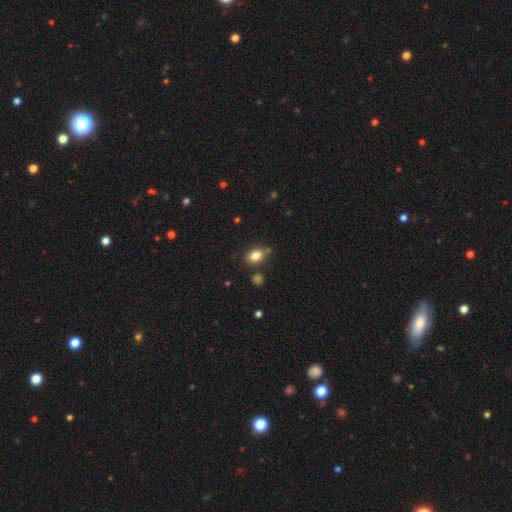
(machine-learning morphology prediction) smooth_or_featured: smooth (p=0.82) [alt: star or artifact p=0.10]
how_rounded: in between (p=0.74) [alt: round p=0.25]
merging: none (p=0.75) [alt: minor disturbance p=0.14]